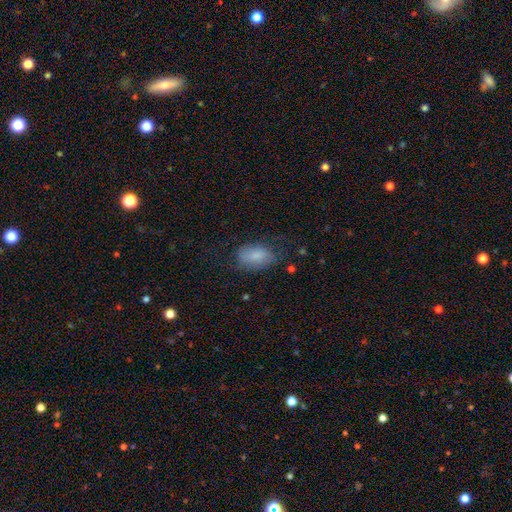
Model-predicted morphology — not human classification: Smooth or featured: smooth — 80% (featured or disk — 12%)
How rounded: in between — 90% (round — 7%)
Merging: none — 63% (minor disturbance — 25%)